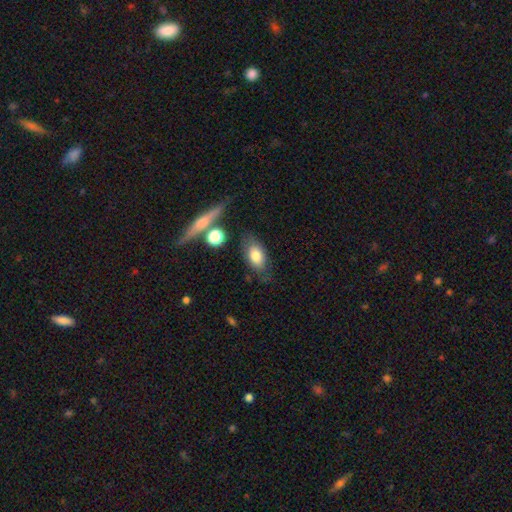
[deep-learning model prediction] Smooth or featured? smooth (76%)
How rounded? in between (86%)
Merging? none (70%)